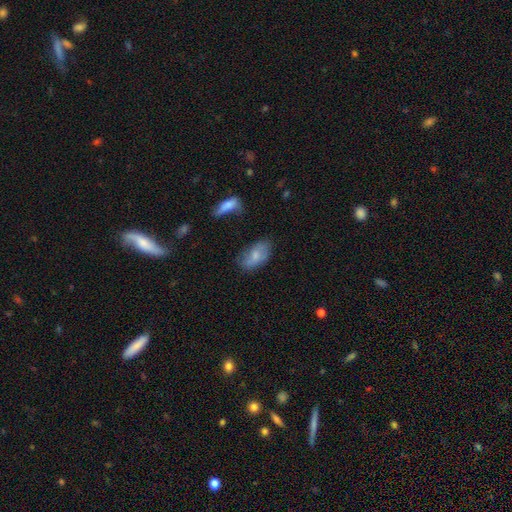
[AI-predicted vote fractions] smooth 68%, featured or disk 25%, star or artifact 7%. Down the decision tree: how rounded — in between (92%); merging — none (59%).